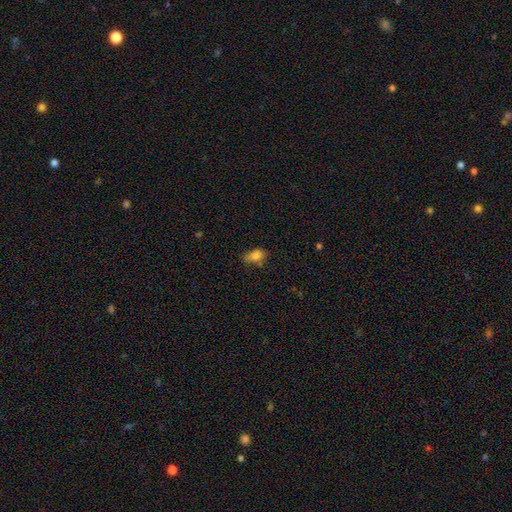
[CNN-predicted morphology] Overall: smooth (81%). How rounded: in between (84%). Merging: none (60%; minor disturbance 27%).